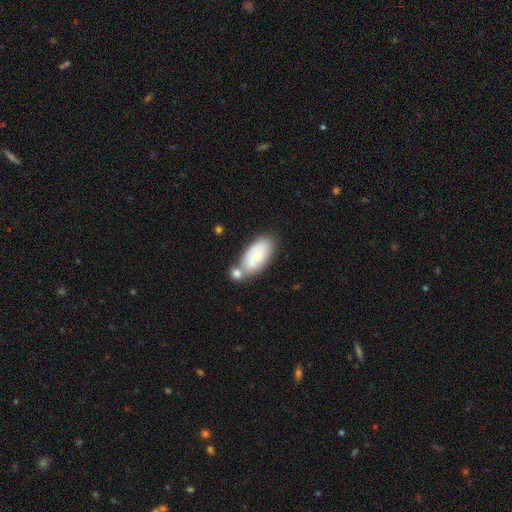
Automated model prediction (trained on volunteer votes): Smooth or featured: smooth — 67% (featured or disk — 27%)
How rounded: in between — 91% (cigar-shaped — 6%)
Merging: none — 39% (merger — 38%)